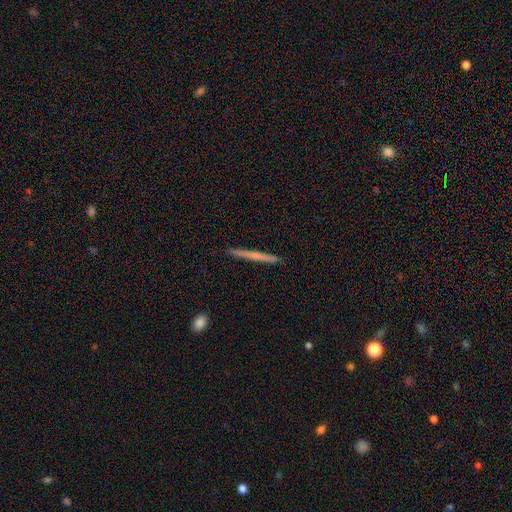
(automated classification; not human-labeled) The model was most divided on "smooth or featured": smooth: 51%, featured or disk: 43%, star or artifact: 6%. More confident: how rounded — cigar-shaped (97%); merging — none (92%).